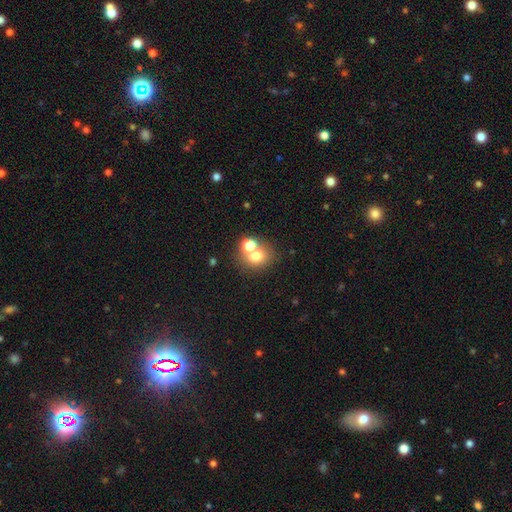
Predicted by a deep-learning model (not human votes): smooth 70%, star or artifact 16%, featured or disk 14%. Down the decision tree: how rounded — round (65%); merging — none (48%).